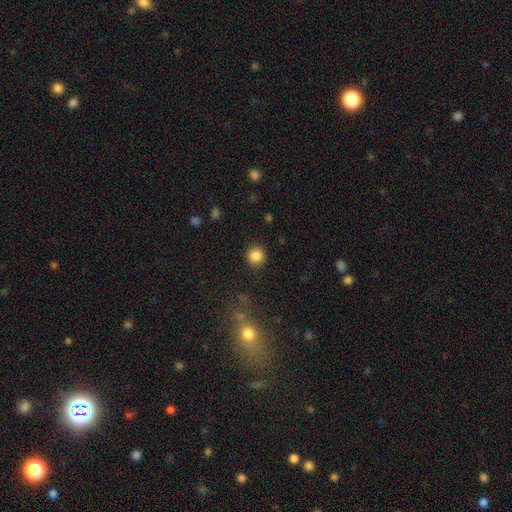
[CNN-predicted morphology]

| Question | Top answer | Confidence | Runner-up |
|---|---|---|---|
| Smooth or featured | smooth | 85% | star or artifact (11%) |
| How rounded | round | 93% | in between (6%) |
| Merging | none | 90% | minor disturbance (6%) |